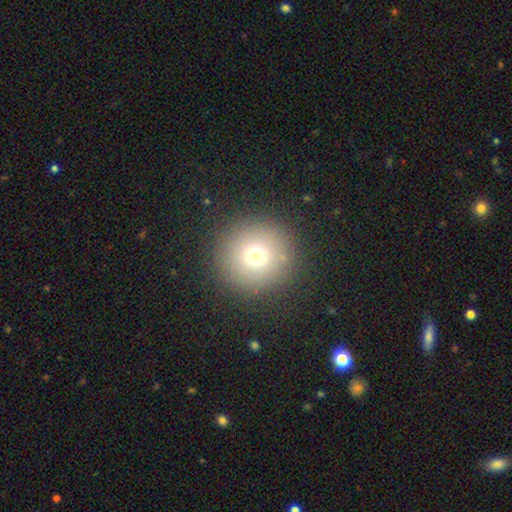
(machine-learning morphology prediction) smooth 73%, star or artifact 15%, featured or disk 12%. Down the decision tree: how rounded — round (96%); merging — none (89%).